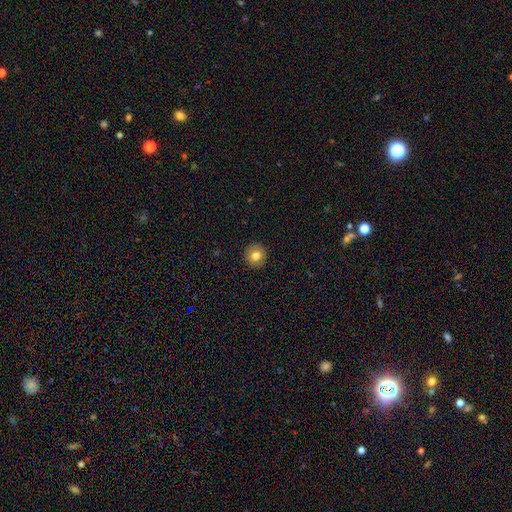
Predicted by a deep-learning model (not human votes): smooth-or-featured: smooth: 78% | featured or disk: 13% | star or artifact: 9%
  how-rounded: round: 91% | in between: 8% | cigar-shaped: 1%
  merging: none: 92% | minor disturbance: 5% | major disturbance: 2% | merger: 1%